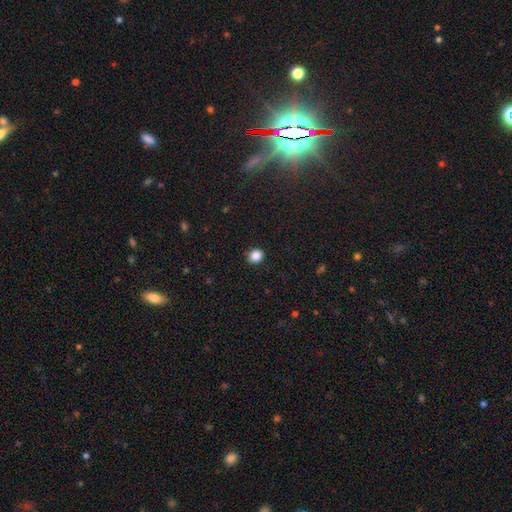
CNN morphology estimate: smooth_or_featured: smooth (p=0.86) [alt: star or artifact p=0.11]
how_rounded: round (p=0.83) [alt: in between p=0.17]
merging: none (p=0.87) [alt: minor disturbance p=0.09]